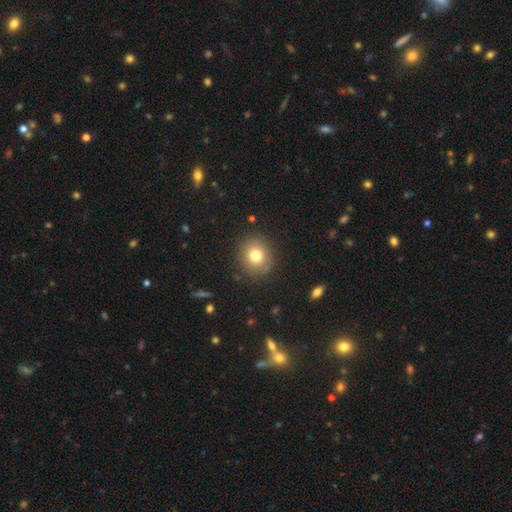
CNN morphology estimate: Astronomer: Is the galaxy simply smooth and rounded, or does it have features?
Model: smooth — 78%.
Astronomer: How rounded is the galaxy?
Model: round — 83%.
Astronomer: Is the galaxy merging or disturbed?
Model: none — 87%.